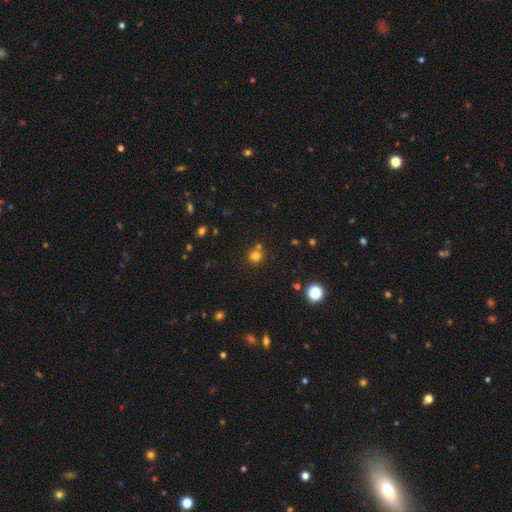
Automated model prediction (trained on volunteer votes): Overall: smooth (73%). How rounded: round (87%). Merging: none (65%).